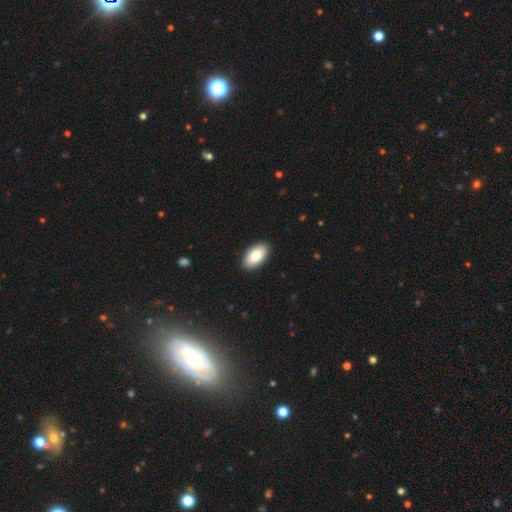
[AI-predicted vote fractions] Smooth or featured? Predicted: smooth (p=0.83). How rounded? Predicted: in between (p=0.95). Merging? Predicted: none (p=0.91).